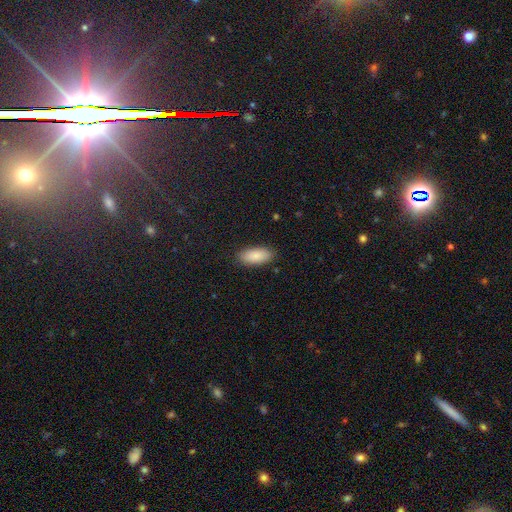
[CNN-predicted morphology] A smooth galaxy with no disk features (87%) that is in between round and cigar-shaped (89%).

Vote fractions:
- Smooth or featured? smooth: 87% / star or artifact: 7% / featured or disk: 6%
- How rounded? in between: 89% / cigar-shaped: 9% / round: 2%
- Merging? none: 88% / minor disturbance: 9% / major disturbance: 2% / merger: 1%